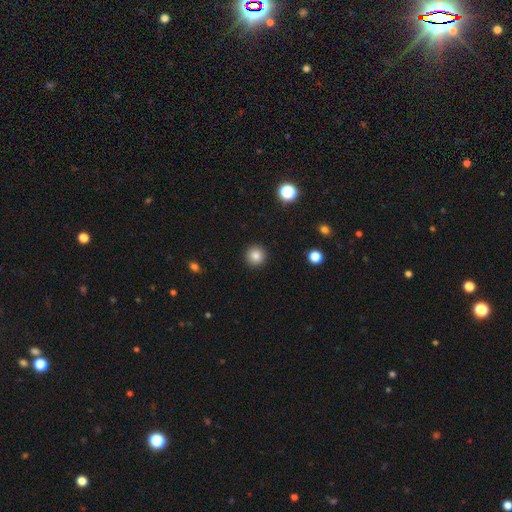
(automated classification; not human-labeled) This appears to be a smooth galaxy with no disk features (85%) that is round (95%). Merging: none (92%).